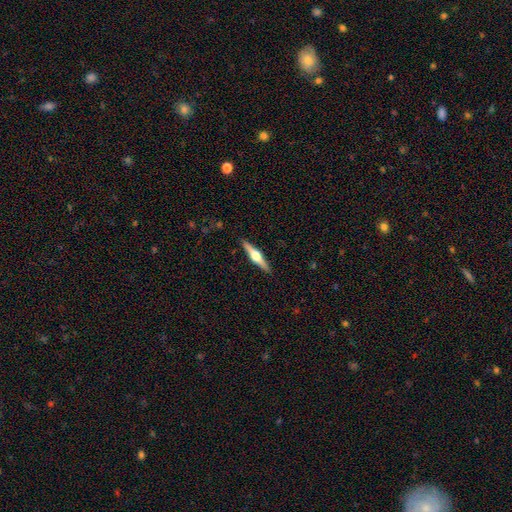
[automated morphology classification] A featured or disk galaxy (74%) viewed edge-on (98%) with a rounded central bulge (95%). Merging: none (91%).